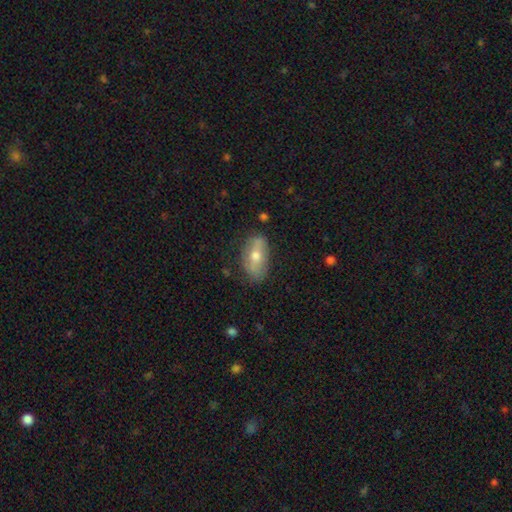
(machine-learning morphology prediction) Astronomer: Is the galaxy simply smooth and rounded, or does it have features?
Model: smooth — 55% (runner-up: featured or disk, 37%).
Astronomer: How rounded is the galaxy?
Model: in between — 89%.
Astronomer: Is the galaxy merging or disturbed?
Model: none — 76%.